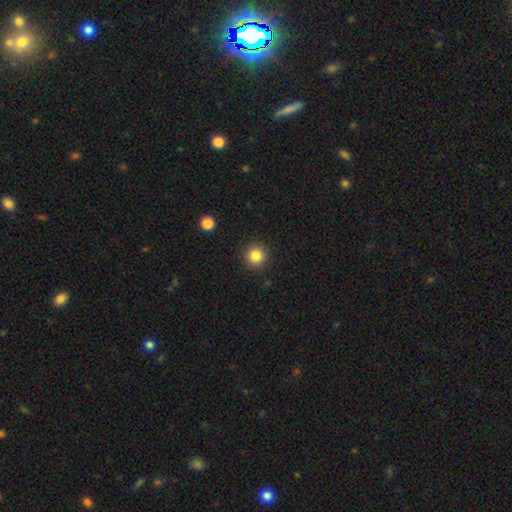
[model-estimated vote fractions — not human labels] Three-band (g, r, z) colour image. It shows a smooth galaxy with no disk features (84%) that is round (95%). Merging: none (91%).